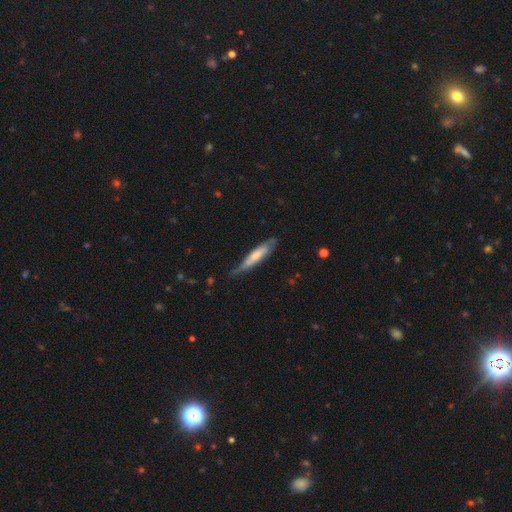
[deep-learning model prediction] Smooth or featured? Predicted: smooth (p=0.53). How rounded? Predicted: cigar-shaped (p=0.83). Merging? Predicted: none (p=0.51).